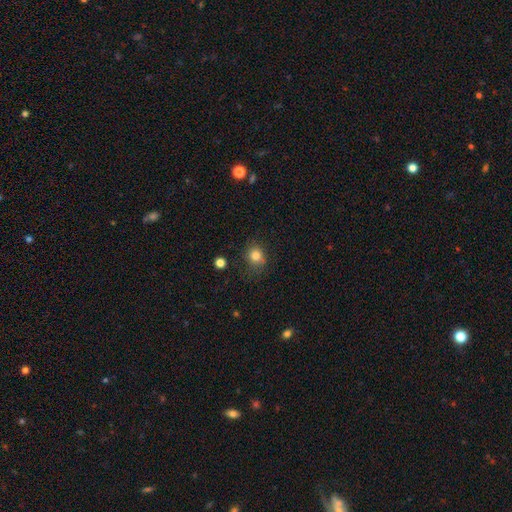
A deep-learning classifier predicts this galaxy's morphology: Smooth or featured: smooth — 82% (star or artifact — 12%)
How rounded: round — 77% (in between — 22%)
Merging: none — 77% (minor disturbance — 16%)